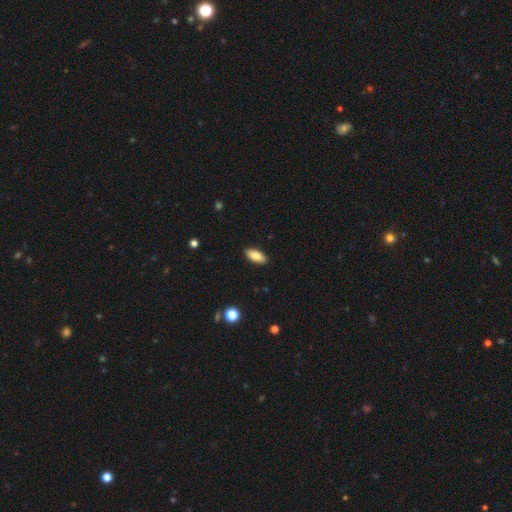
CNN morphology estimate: smooth 82%, featured or disk 11%, star or artifact 7%. Down the decision tree: how rounded — in between (87%); merging — none (90%).